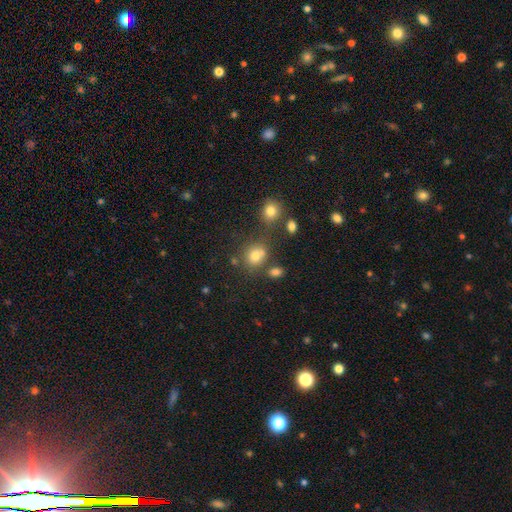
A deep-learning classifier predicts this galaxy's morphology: type=smooth (75%); roundness=round (70%); merging=none (62%).